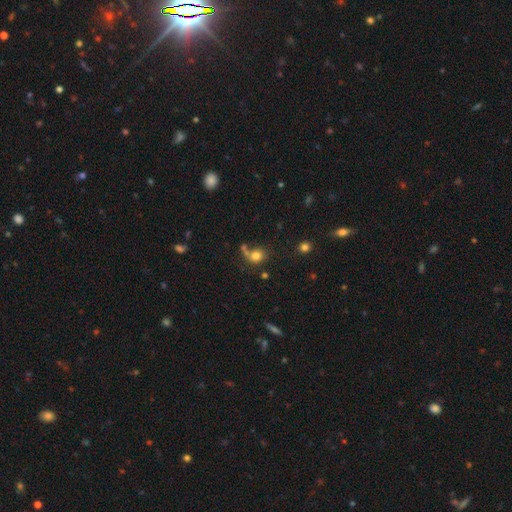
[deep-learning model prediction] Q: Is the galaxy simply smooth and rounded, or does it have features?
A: smooth — 76%.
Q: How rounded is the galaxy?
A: round — 74%.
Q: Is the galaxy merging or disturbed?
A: none — 49%.